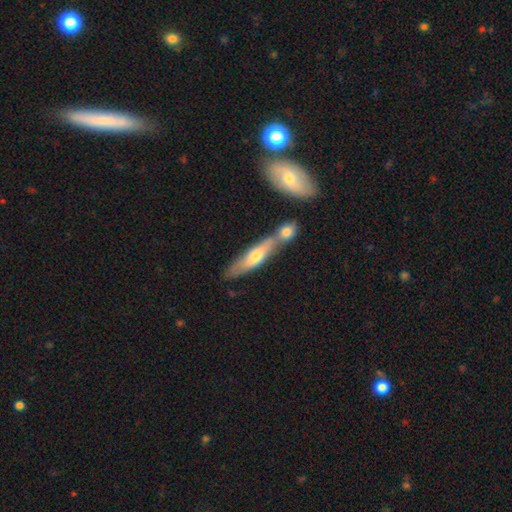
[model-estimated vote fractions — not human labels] Overall: smooth (52%; featured or disk 43%). How rounded: cigar-shaped (75%). Merging: none (47%; merger 38%).